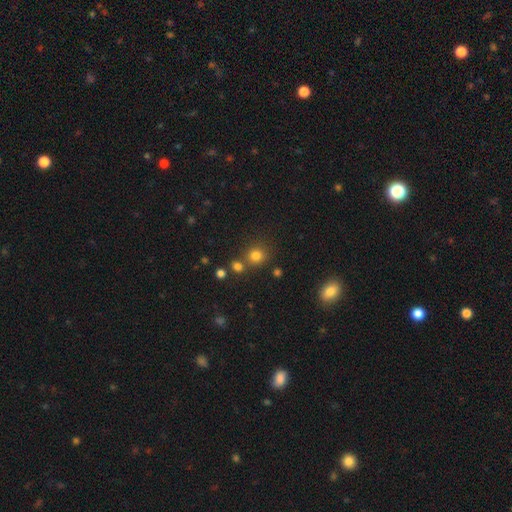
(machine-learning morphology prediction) smooth 78%, star or artifact 16%, featured or disk 6%. Down the decision tree: how rounded — round (85%); merging — none (71%).